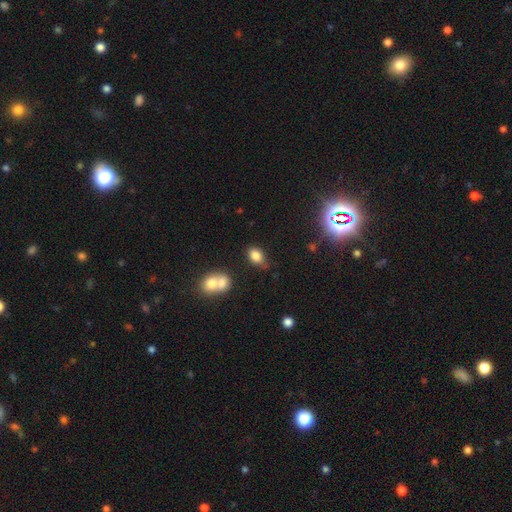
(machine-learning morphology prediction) The model was most divided on "merging": none: 62%, minor disturbance: 22%, merger: 10%, major disturbance: 5%. More confident: smooth or featured — smooth (82%); how rounded — in between (80%).